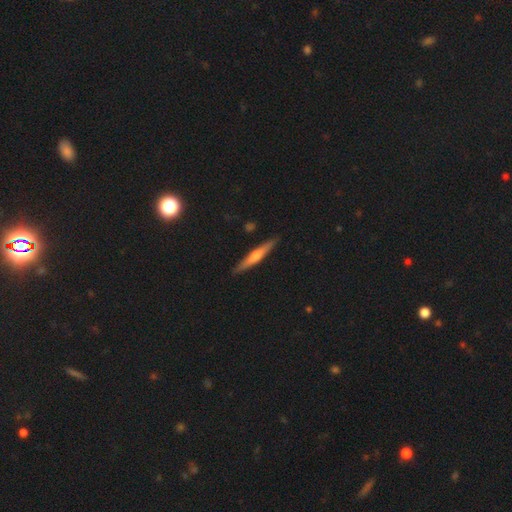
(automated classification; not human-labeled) smooth_or_featured: featured or disk (p=0.55) [alt: smooth p=0.39]
disk_edge_on: yes (p=0.96) [alt: no p=0.04]
edge_on_bulge: rounded (p=0.81) [alt: none p=0.14]
merging: none (p=0.90) [alt: minor disturbance p=0.08]